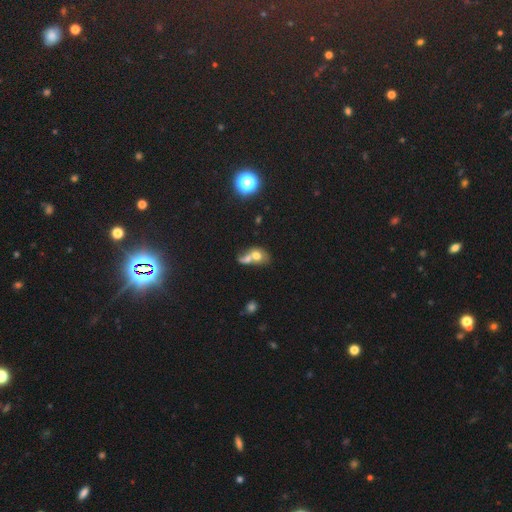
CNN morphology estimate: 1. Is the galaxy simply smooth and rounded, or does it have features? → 62% smooth, 25% featured or disk, 13% star or artifact.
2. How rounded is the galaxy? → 55% in between, 43% round, 2% cigar-shaped.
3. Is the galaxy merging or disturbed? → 71% merger, 16% none, 7% minor disturbance, 6% major disturbance.